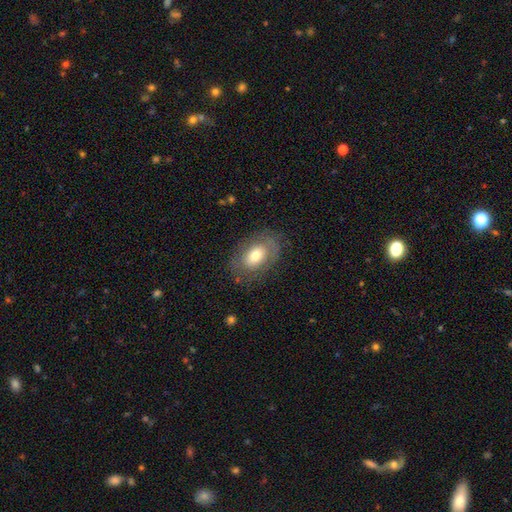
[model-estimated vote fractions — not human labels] A smooth galaxy with no disk features (62%) that is in between round and cigar-shaped (84%). Merging: none (78%).